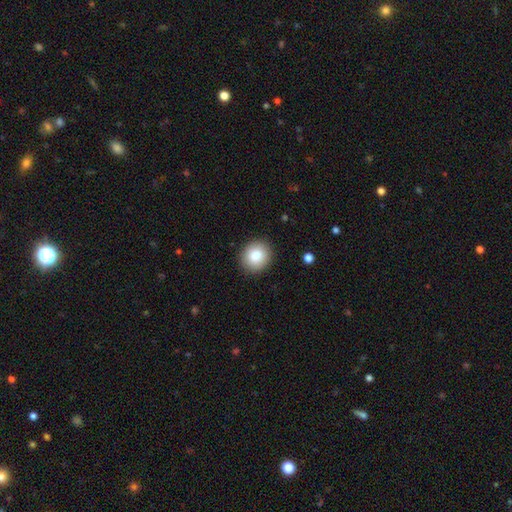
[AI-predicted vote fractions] Smooth or featured? Predicted: smooth (p=0.85). How rounded? Predicted: round (p=0.79). Merging? Predicted: none (p=0.90).